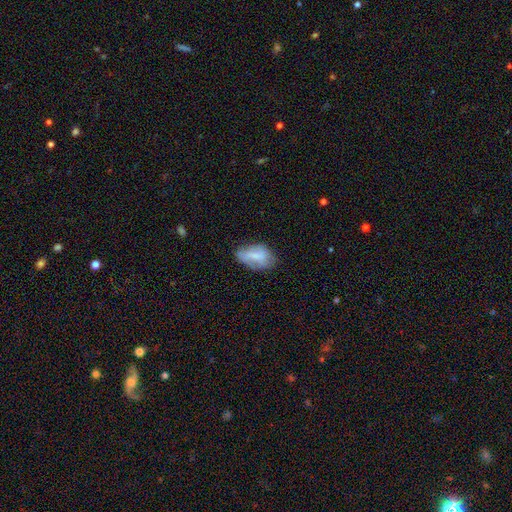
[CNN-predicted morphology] A smooth galaxy with no disk features (65%) that is in between round and cigar-shaped (91%).

Vote fractions:
- Smooth or featured? smooth: 65% / featured or disk: 27% / star or artifact: 8%
- How rounded? in between: 91% / round: 6% / cigar-shaped: 2%
- Merging? none: 51% / minor disturbance: 34% / major disturbance: 13% / merger: 3%